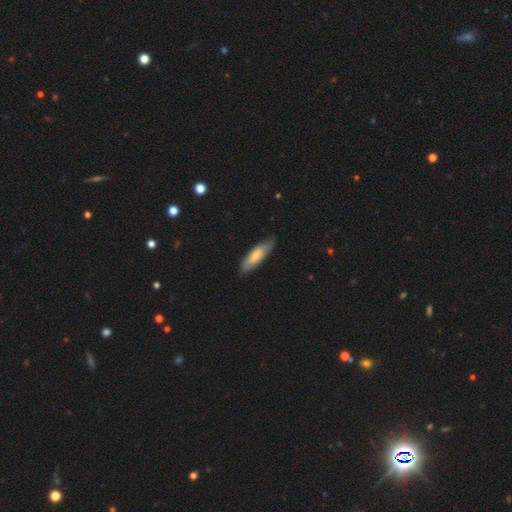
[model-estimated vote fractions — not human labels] Smooth or featured: smooth — 69% (featured or disk — 26%)
How rounded: cigar-shaped — 51% (in between — 47%)
Merging: none — 83% (minor disturbance — 14%)